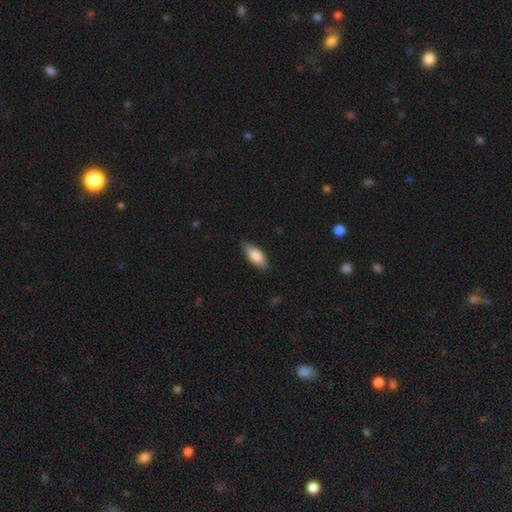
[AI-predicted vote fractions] Smooth or featured? Predicted: smooth (p=0.84). How rounded? Predicted: in between (p=0.83). Merging? Predicted: none (p=0.84).